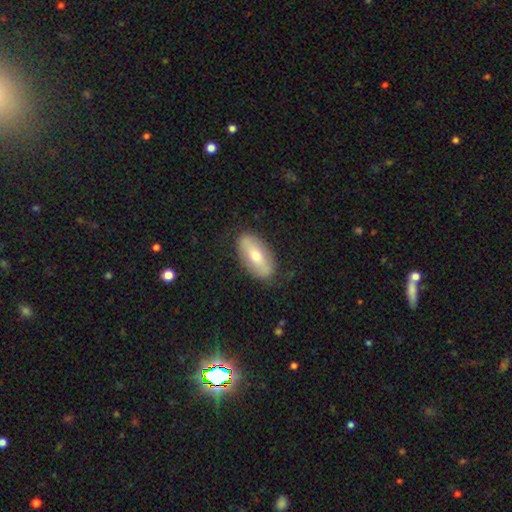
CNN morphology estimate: type=smooth (52%); roundness=in between (89%); merging=none (82%).